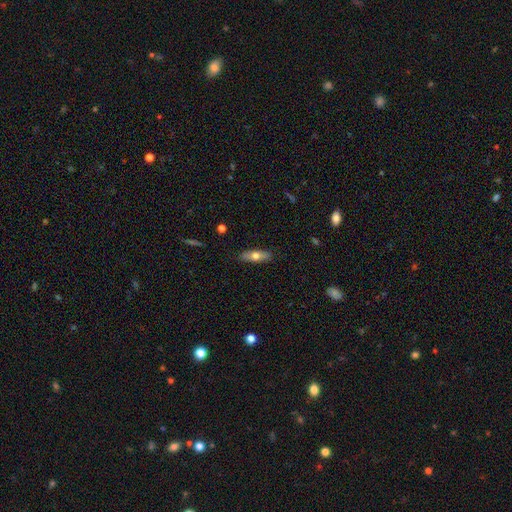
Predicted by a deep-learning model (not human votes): Morphology: type=smooth (63%); roundness=in between (56%); merging=none (88%).